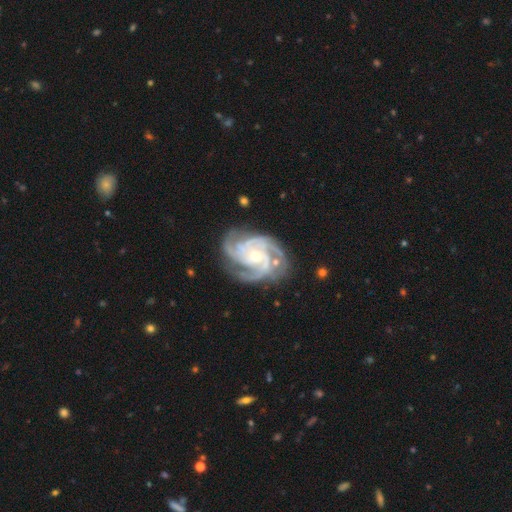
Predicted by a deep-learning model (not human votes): smooth_or_featured: featured or disk (p=0.93) [alt: star or artifact p=0.04]
disk_edge_on: no (p=0.98) [alt: yes p=0.02]
bar: no (p=0.68) [alt: weak p=0.24]
has_spiral_arms: yes (p=0.99) [alt: no p=0.01]
spiral_winding: tight (p=0.58) [alt: medium p=0.38]
spiral_arm_count: 3 (p=0.44) [alt: 4 p=0.33]
bulge_size: small (p=0.53) [alt: moderate p=0.44]
merging: none (p=0.73) [alt: minor disturbance p=0.18]